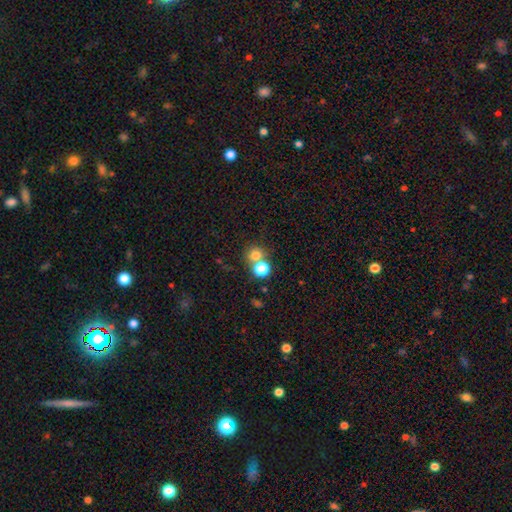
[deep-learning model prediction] The model was most divided on "merging": none: 54%, merger: 36%, minor disturbance: 7%, major disturbance: 3%. More confident: how rounded — round (85%); smooth or featured — smooth (74%).